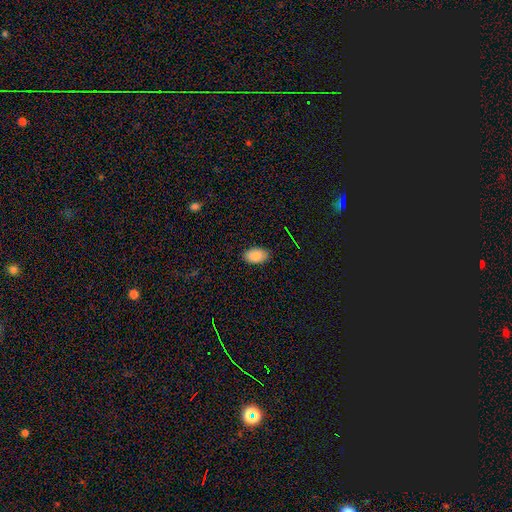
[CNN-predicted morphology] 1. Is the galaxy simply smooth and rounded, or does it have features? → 89% smooth, 8% star or artifact, 4% featured or disk.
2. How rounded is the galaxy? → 92% in between, 6% round, 1% cigar-shaped.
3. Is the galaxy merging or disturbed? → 87% none, 10% minor disturbance, 2% major disturbance, 1% merger.